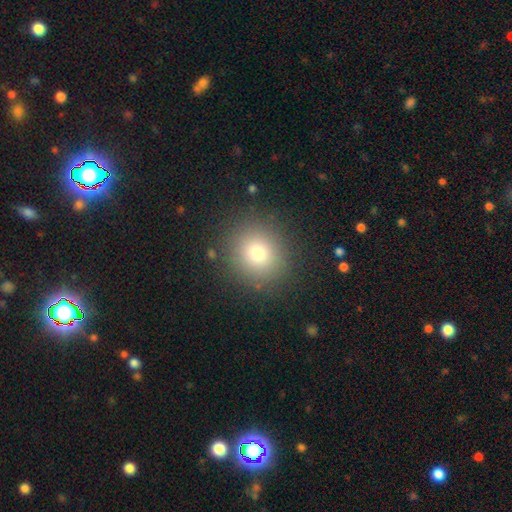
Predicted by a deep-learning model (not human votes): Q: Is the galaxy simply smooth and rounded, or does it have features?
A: smooth — 75%.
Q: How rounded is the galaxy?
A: round — 88%.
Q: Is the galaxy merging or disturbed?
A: none — 90%.